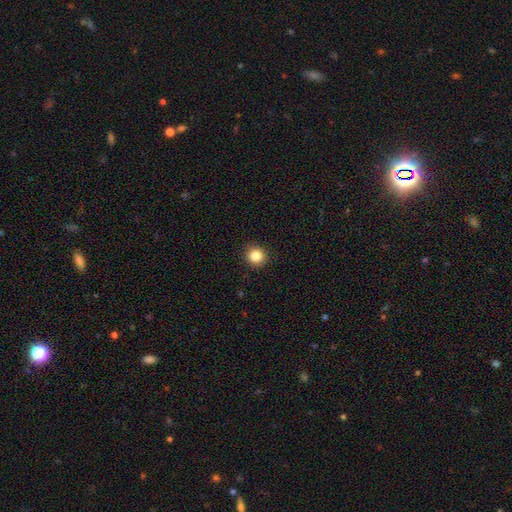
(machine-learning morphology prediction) This appears to be a smooth galaxy with no disk features (84%) that is round (90%). Merging: none (92%).